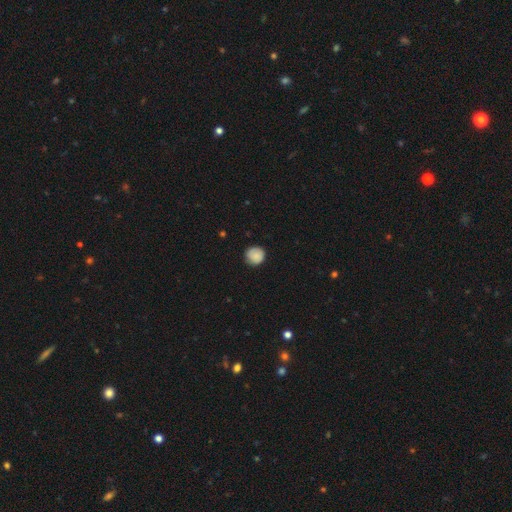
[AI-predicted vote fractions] Q: Smooth or featured?
A: smooth (85%); runner-up: star or artifact (8%)
Q: How rounded?
A: round (93%); runner-up: in between (6%)
Q: Merging?
A: none (84%); runner-up: minor disturbance (12%)